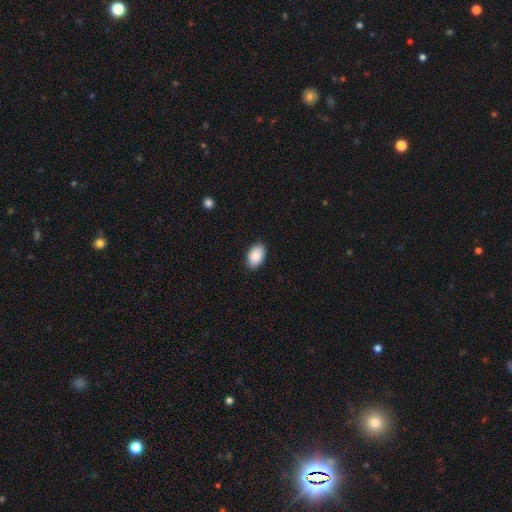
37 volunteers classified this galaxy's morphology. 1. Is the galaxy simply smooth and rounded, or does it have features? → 84% smooth, 11% featured or disk, 5% star or artifact.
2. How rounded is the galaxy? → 94% in between, 6% round, 0% cigar-shaped.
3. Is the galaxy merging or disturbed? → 86% none, 11% minor disturbance, 3% major disturbance, 0% merger.